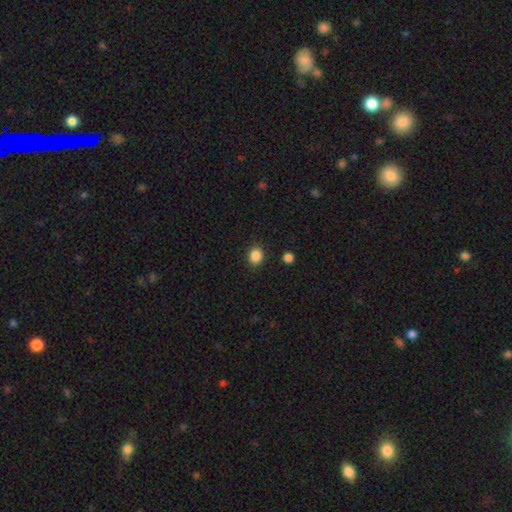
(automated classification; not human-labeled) Smooth or featured?
  - smooth: 87% *
  - star or artifact: 10%
  - featured or disk: 3%
How rounded?
  - round: 71% *
  - in between: 28%
  - cigar-shaped: 1%
Merging?
  - none: 89% *
  - minor disturbance: 7%
  - major disturbance: 2%
  - merger: 2%